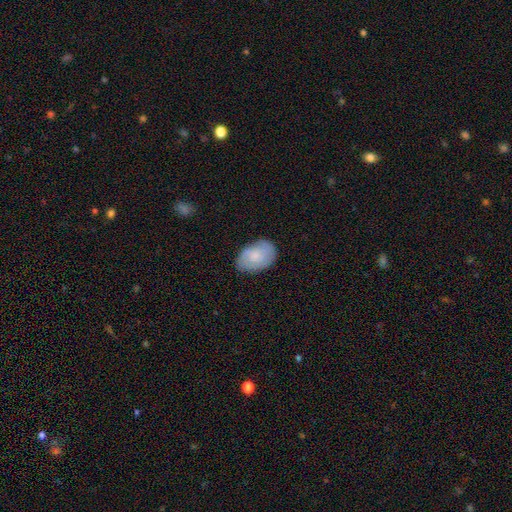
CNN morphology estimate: Smooth or featured: smooth — 65% (featured or disk — 28%)
How rounded: in between — 85% (round — 14%)
Merging: none — 77% (minor disturbance — 18%)